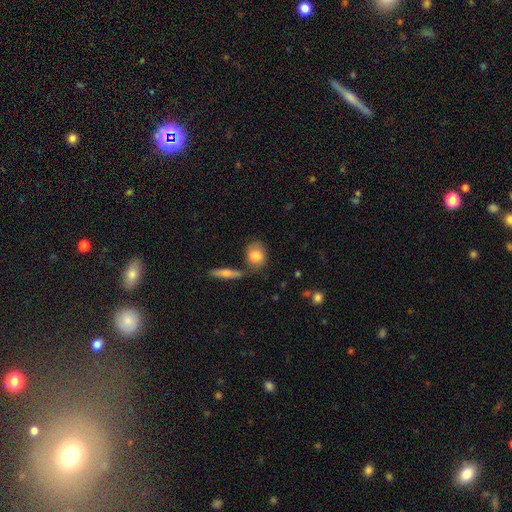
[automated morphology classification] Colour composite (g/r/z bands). It shows a smooth galaxy with no disk features (80%) that is in between round and cigar-shaped (50%). Merging: none (63%).